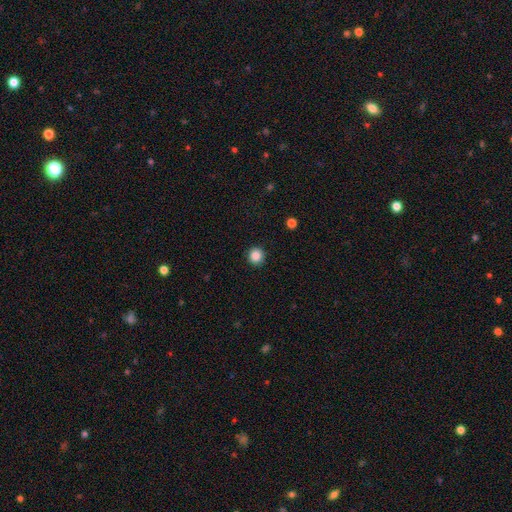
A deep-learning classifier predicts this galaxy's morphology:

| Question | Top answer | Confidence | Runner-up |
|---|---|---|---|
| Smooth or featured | smooth | 87% | star or artifact (10%) |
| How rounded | round | 94% | in between (5%) |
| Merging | none | 93% | minor disturbance (5%) |